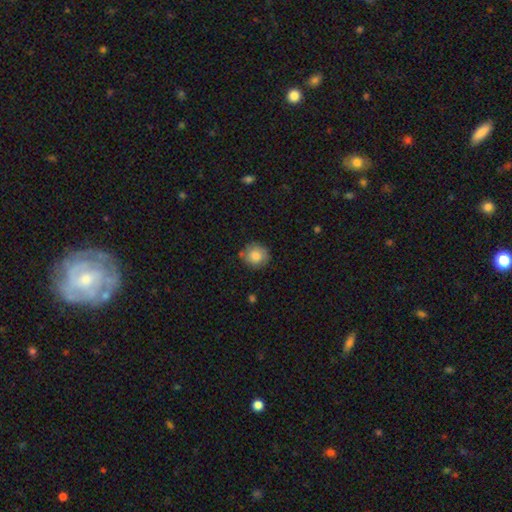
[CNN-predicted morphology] Smooth or featured? Predicted: smooth (p=0.83). How rounded? Predicted: round (p=0.88). Merging? Predicted: none (p=0.78).